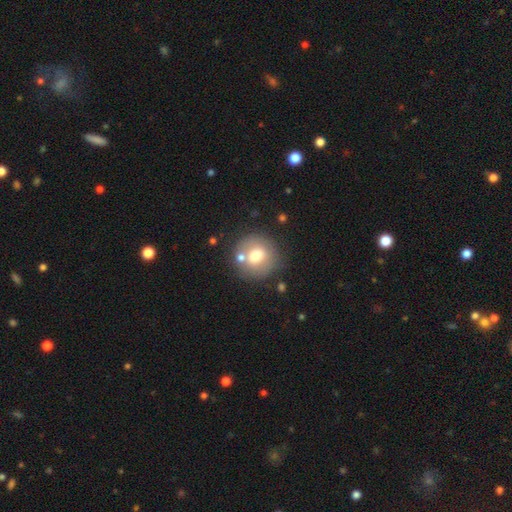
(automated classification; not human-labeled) Smooth or featured? smooth (67%)
How rounded? round (88%)
Merging? none (70%)